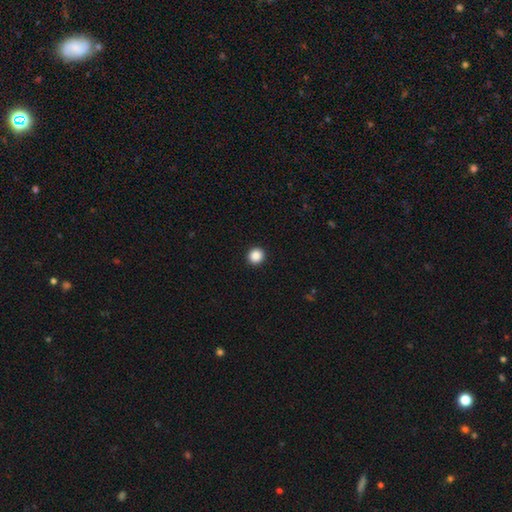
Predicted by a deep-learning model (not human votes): The model was most divided on "smooth or featured": smooth: 88%, star or artifact: 10%, featured or disk: 3%. More confident: how rounded — round (94%); merging — none (94%).